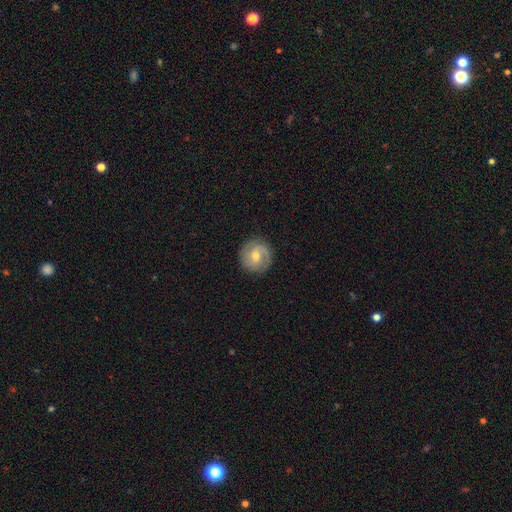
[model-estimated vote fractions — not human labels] Smooth or featured: featured or disk — 69% (smooth — 24%)
Edge-on disk: no — 97% (yes — 3%)
Bar: weak — 45% (no — 43%)
Spiral arms: yes — 89% (no — 11%)
Spiral winding: tight — 49% (medium — 39%)
Spiral arm count: 2 — 78% (can't tell — 11%)
Bulge size: moderate — 55% (small — 41%)
Merging: none — 87% (minor disturbance — 9%)